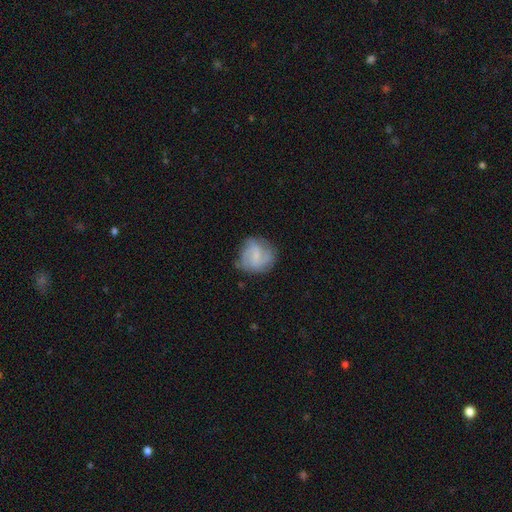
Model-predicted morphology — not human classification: Q: Smooth or featured?
A: featured or disk (63%); runner-up: smooth (31%)
Q: Edge-on disk?
A: no (98%); runner-up: yes (2%)
Q: Bar?
A: weak (47%); runner-up: no (45%)
Q: Spiral arms?
A: yes (91%); runner-up: no (9%)
Q: Spiral winding?
A: medium (49%); runner-up: tight (30%)
Q: Spiral arm count?
A: 2 (49%); runner-up: 3 (22%)
Q: Bulge size?
A: small (54%); runner-up: none (25%)
Q: Merging?
A: none (70%); runner-up: minor disturbance (20%)